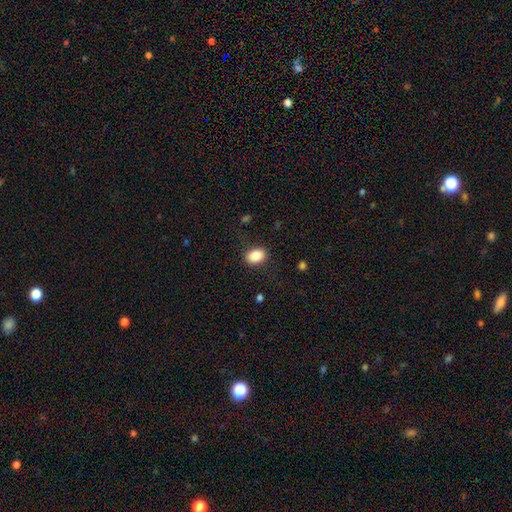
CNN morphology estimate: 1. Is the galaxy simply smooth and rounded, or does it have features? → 88% smooth, 8% star or artifact, 4% featured or disk.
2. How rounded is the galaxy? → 82% in between, 17% round, 1% cigar-shaped.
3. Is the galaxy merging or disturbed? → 85% none, 11% minor disturbance, 4% major disturbance, 1% merger.